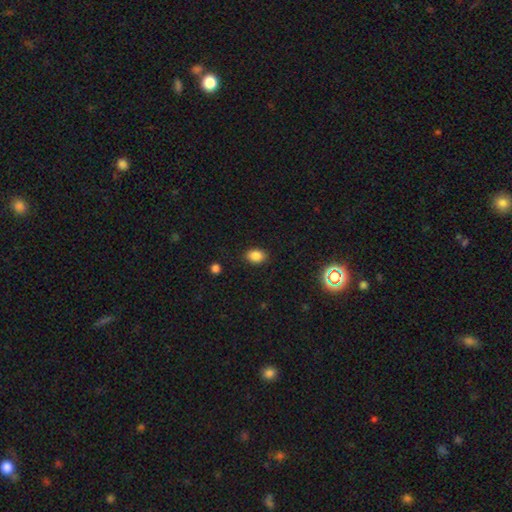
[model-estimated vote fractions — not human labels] A smooth galaxy with no disk features (85%) that is in between round and cigar-shaped (72%).

Vote fractions:
- Smooth or featured? smooth: 85% / star or artifact: 11% / featured or disk: 4%
- How rounded? in between: 72% / round: 27% / cigar-shaped: 1%
- Merging? none: 87% / minor disturbance: 9% / major disturbance: 3% / merger: 1%